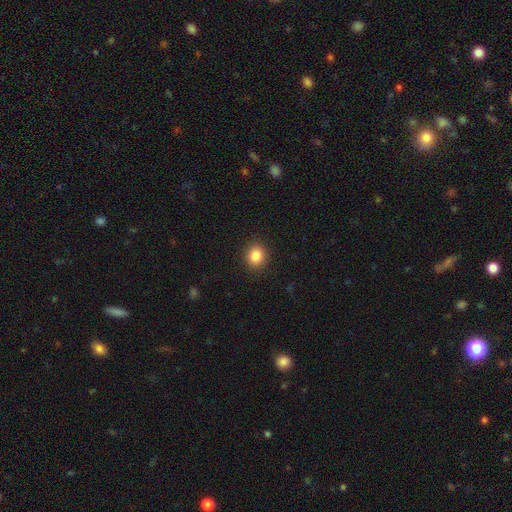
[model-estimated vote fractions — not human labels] smooth-or-featured: smooth: 86% | star or artifact: 10% | featured or disk: 4%
  how-rounded: round: 74% | in between: 25% | cigar-shaped: 1%
  merging: none: 90% | minor disturbance: 7% | major disturbance: 2% | merger: 1%